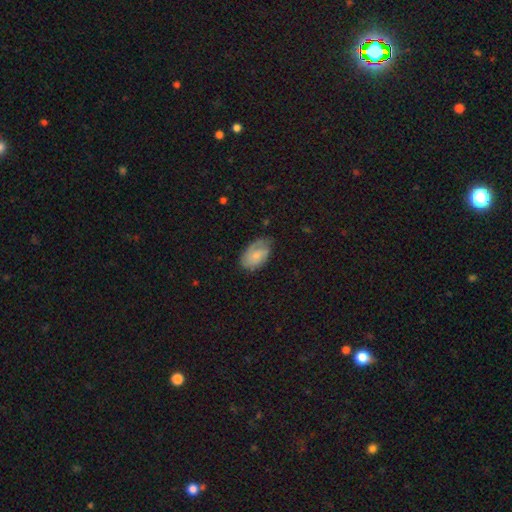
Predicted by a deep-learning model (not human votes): Smooth or featured?
  - smooth: 58% *
  - featured or disk: 35%
  - star or artifact: 7%
How rounded?
  - in between: 91% *
  - round: 8%
  - cigar-shaped: 2%
Merging?
  - none: 61% *
  - minor disturbance: 29%
  - major disturbance: 9%
  - merger: 1%